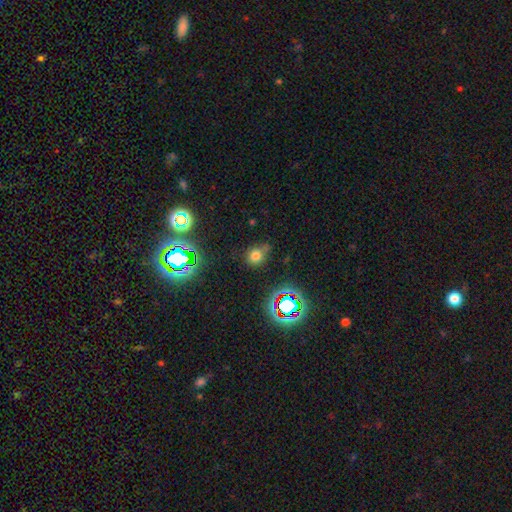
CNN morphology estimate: type=smooth (67%); roundness=round (73%); merging=none (65%).